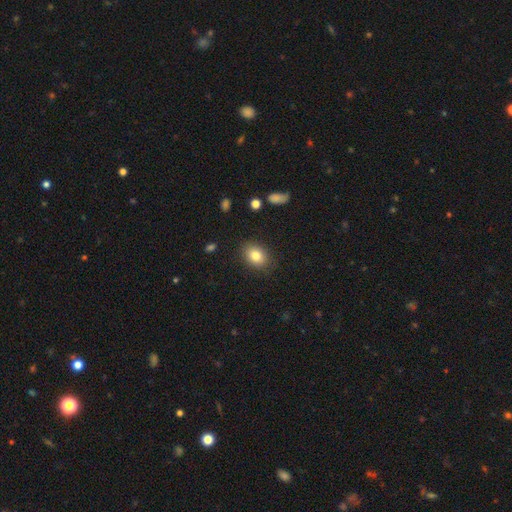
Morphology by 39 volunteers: smooth 85%, featured or disk 8%, star or artifact 8%. Down the decision tree: how rounded — in between (67%); merging — none (81%).